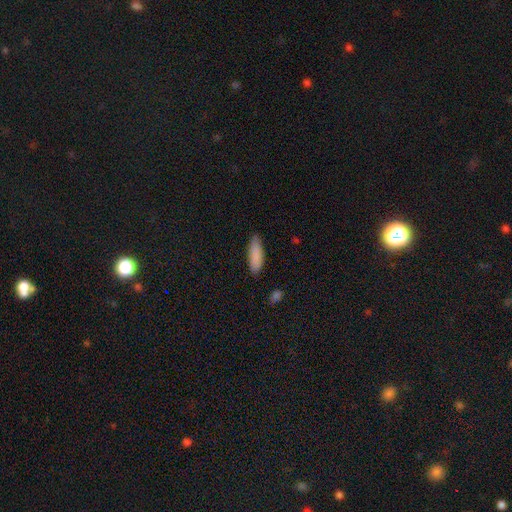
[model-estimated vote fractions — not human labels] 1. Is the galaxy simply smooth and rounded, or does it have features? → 87% smooth, 7% featured or disk, 6% star or artifact.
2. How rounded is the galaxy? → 49% in between (tied), 49% cigar-shaped (tied), 2% round.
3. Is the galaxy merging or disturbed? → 78% none, 17% minor disturbance, 3% major disturbance, 1% merger.